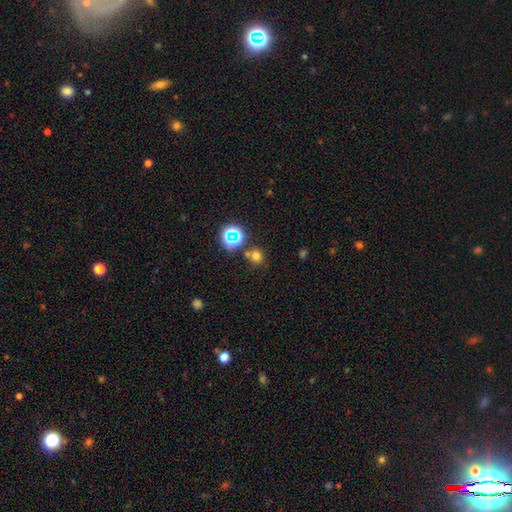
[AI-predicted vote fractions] This is likely a smooth galaxy (68%). How rounded: likely round (80%). Merging: likely none (71%).